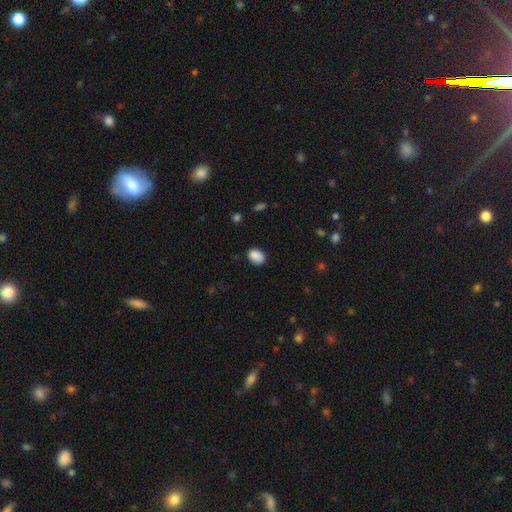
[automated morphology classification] smooth-or-featured: smooth: 87% | star or artifact: 8% | featured or disk: 4%
  how-rounded: in between: 71% | round: 28% | cigar-shaped: 1%
  merging: none: 78% | minor disturbance: 17% | major disturbance: 4% | merger: 2%